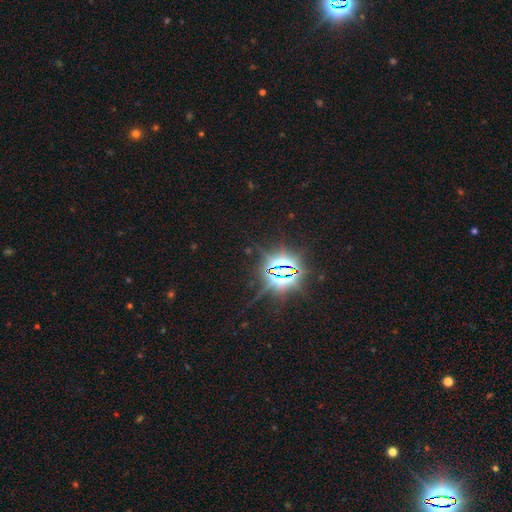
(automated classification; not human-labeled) Smooth or featured? Predicted: star or artifact (p=0.84).